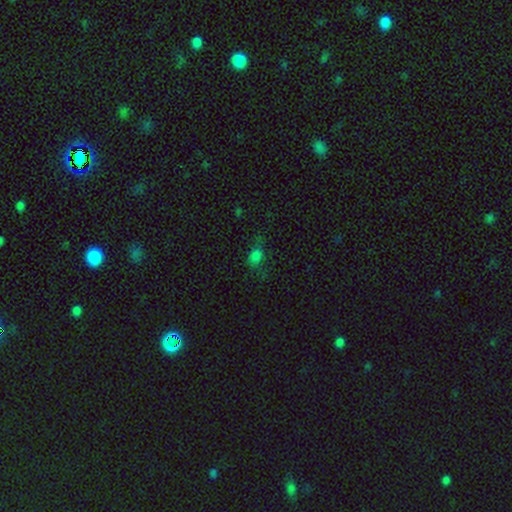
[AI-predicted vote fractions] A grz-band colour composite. It shows a smooth galaxy with no disk features (70%) that is in between round and cigar-shaped (68%). Merging: none (52%).